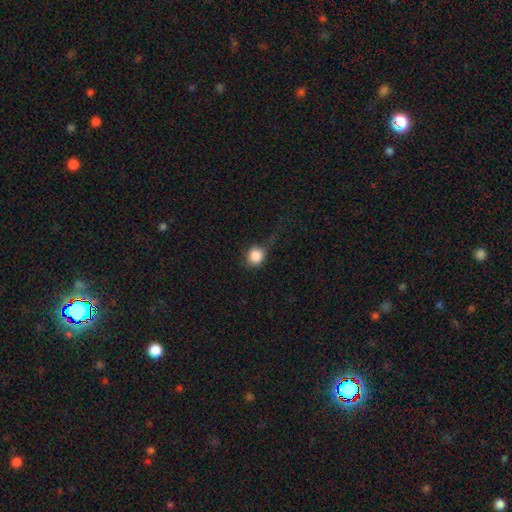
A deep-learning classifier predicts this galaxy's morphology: This appears to be a smooth galaxy with no disk features (84%) that is round (80%). Merging: none (49%).